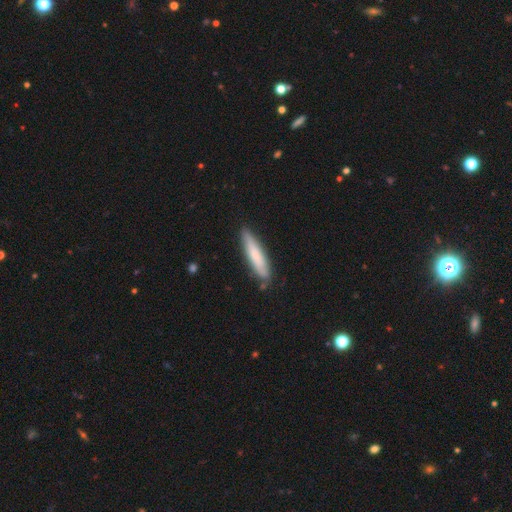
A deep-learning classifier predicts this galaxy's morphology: smooth_or_featured: smooth (p=0.73) [alt: featured or disk p=0.21]
how_rounded: cigar-shaped (p=0.84) [alt: in between p=0.15]
merging: none (p=0.80) [alt: minor disturbance p=0.15]